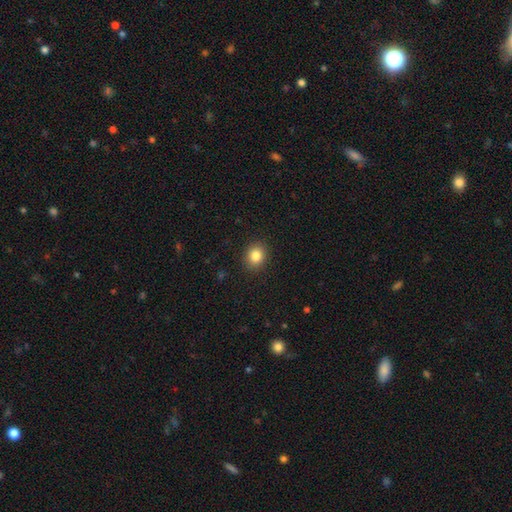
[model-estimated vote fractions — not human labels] Smooth or featured: smooth — 84% (star or artifact — 10%)
How rounded: round — 67% (in between — 32%)
Merging: none — 90% (minor disturbance — 7%)